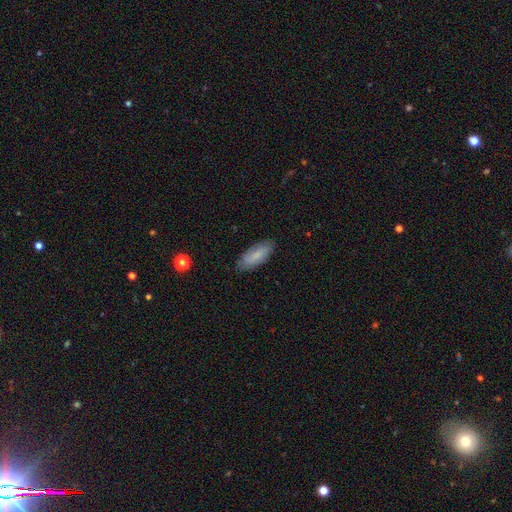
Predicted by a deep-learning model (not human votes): Smooth or featured? smooth (75%)
How rounded? in between (75%)
Merging? none (82%)